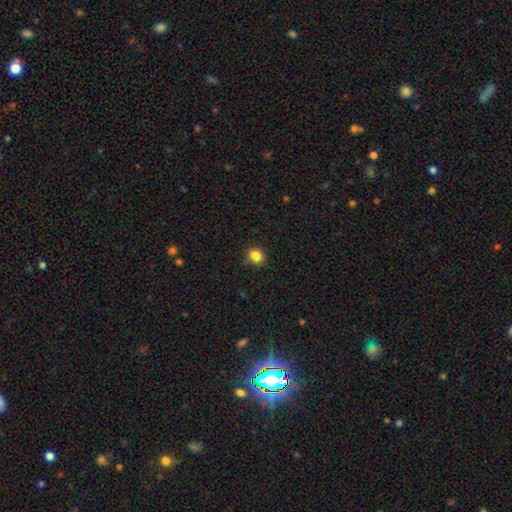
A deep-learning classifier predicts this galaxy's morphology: A smooth galaxy with no disk features (85%) that is round (75%). Merging: none (81%).